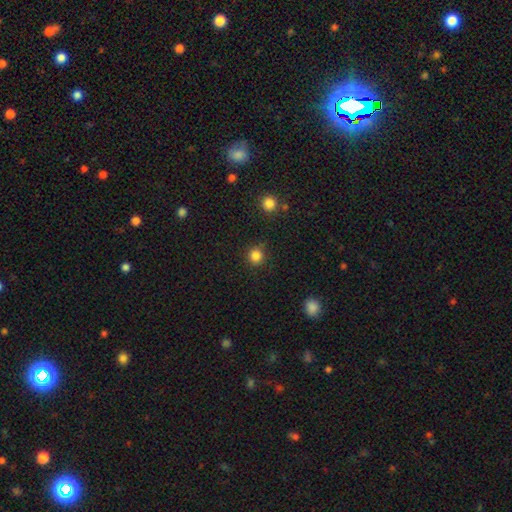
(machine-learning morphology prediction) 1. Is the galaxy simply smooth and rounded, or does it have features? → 84% smooth, 13% star or artifact, 4% featured or disk.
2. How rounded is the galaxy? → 92% round, 7% in between, 1% cigar-shaped.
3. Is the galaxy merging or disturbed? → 83% none, 11% minor disturbance, 3% major disturbance, 3% merger.